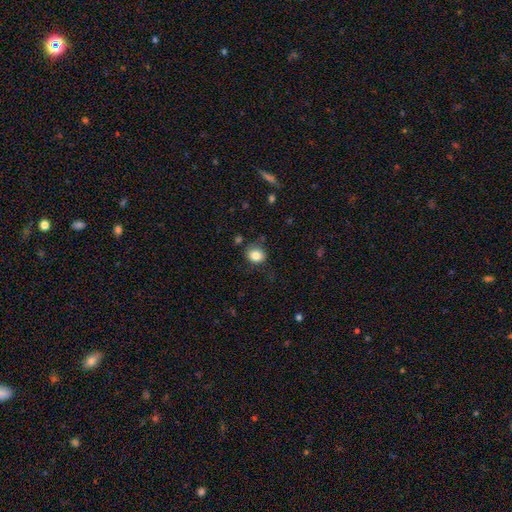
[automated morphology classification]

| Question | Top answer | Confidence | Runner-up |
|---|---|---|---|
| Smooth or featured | smooth | 83% | star or artifact (10%) |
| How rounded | round | 67% | in between (32%) |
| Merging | none | 77% | minor disturbance (16%) |